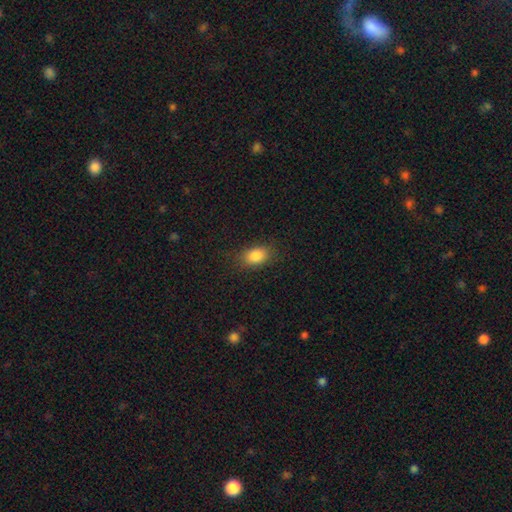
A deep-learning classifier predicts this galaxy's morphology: Smooth or featured? smooth (85%)
How rounded? in between (83%)
Merging? none (84%)